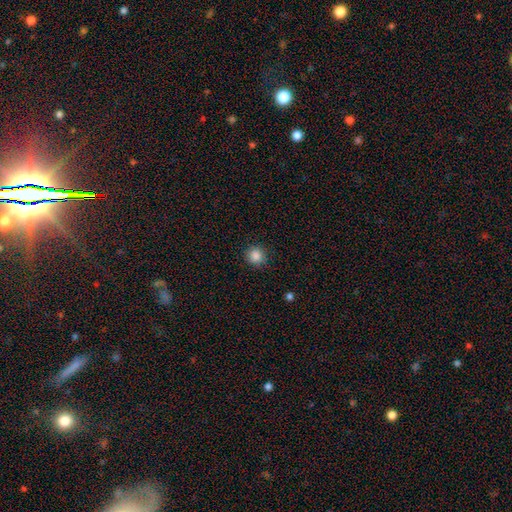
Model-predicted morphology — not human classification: Overall: smooth (86%). How rounded: round (92%). Merging: none (89%).